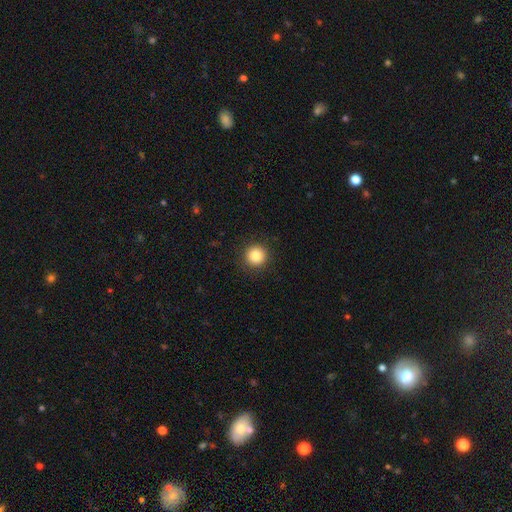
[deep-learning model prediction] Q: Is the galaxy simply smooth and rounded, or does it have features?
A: smooth — 84%.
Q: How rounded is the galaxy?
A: round — 95%.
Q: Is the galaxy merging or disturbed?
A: none — 92%.